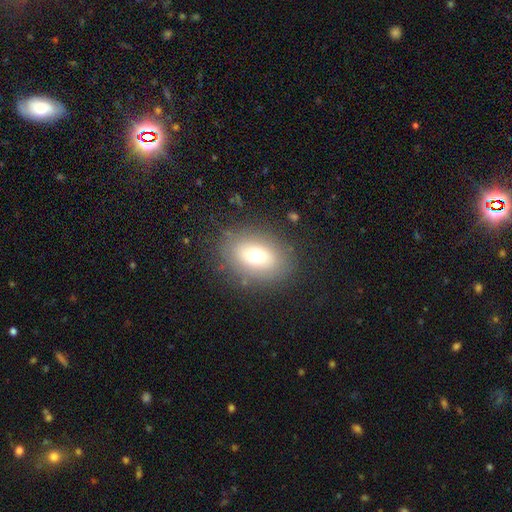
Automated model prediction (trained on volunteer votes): Smooth or featured?
  - smooth: 67% *
  - featured or disk: 21%
  - star or artifact: 12%
How rounded?
  - in between: 72% *
  - round: 26%
  - cigar-shaped: 2%
Merging?
  - none: 80% *
  - minor disturbance: 12%
  - major disturbance: 6%
  - merger: 2%